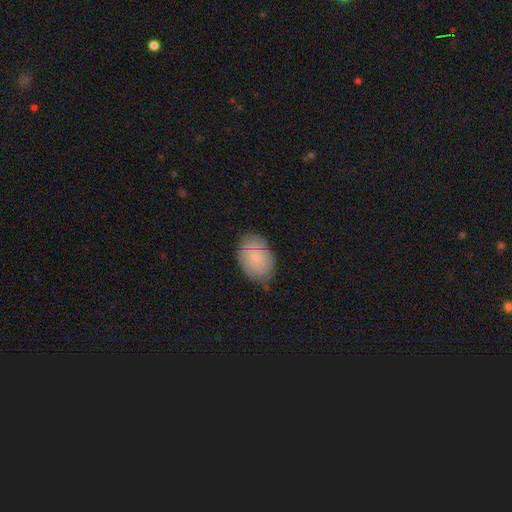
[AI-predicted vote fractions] smooth_or_featured: smooth (p=0.63) [alt: featured or disk p=0.29]
how_rounded: in between (p=0.85) [alt: round p=0.14]
merging: none (p=0.67) [alt: minor disturbance p=0.26]